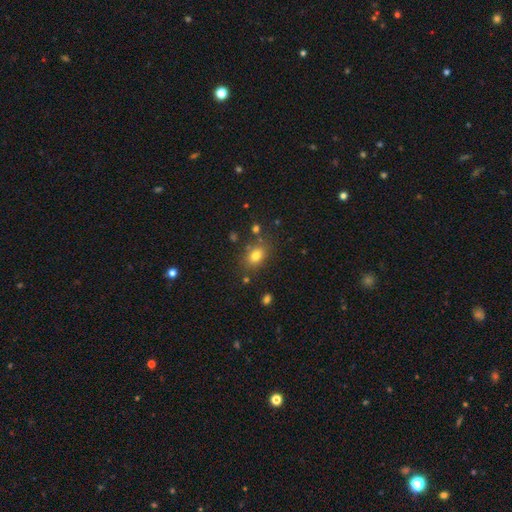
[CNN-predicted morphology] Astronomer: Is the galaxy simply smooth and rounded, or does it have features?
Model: smooth — 79%.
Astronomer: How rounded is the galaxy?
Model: in between — 69%.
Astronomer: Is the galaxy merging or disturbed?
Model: none — 78%.